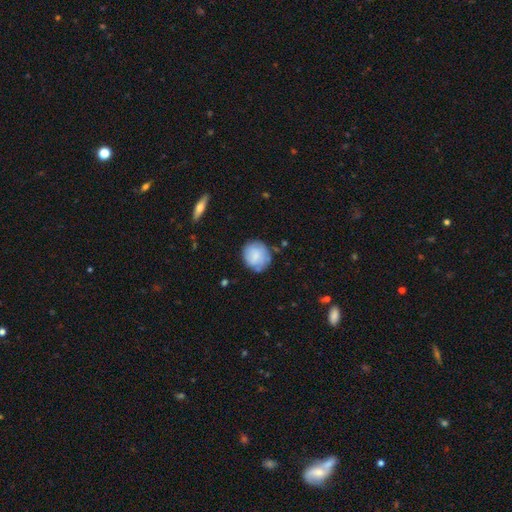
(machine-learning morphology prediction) smooth_or_featured: smooth (p=0.75) [alt: featured or disk p=0.18]
how_rounded: round (p=0.84) [alt: in between p=0.15]
merging: none (p=0.72) [alt: minor disturbance p=0.20]